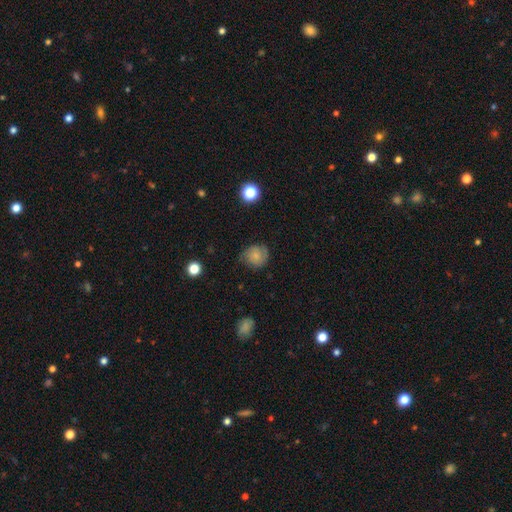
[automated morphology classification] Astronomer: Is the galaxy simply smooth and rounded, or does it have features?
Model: smooth — 54% (runner-up: featured or disk, 36%).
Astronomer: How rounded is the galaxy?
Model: round — 80%.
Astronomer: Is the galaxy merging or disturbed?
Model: none — 67%.